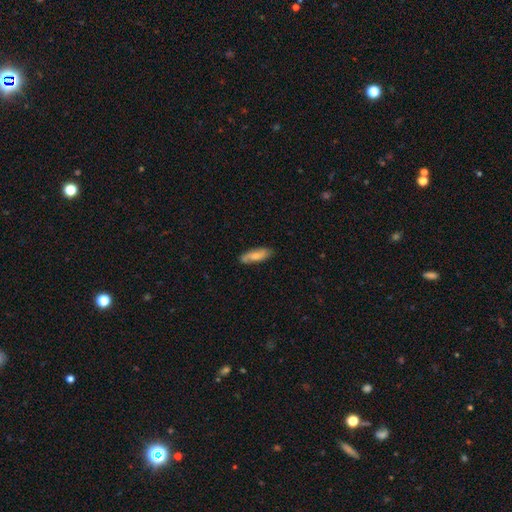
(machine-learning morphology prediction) smooth_or_featured: smooth (p=0.64) [alt: featured or disk p=0.29]
how_rounded: in between (p=0.58) [alt: cigar-shaped p=0.40]
merging: none (p=0.76) [alt: minor disturbance p=0.18]